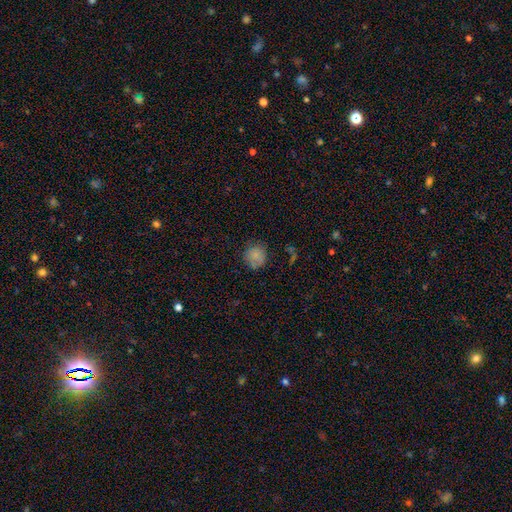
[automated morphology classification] The model was most divided on "merging": none: 70%, minor disturbance: 21%, major disturbance: 6%, merger: 3%. More confident: how rounded — round (87%); smooth or featured — smooth (78%).